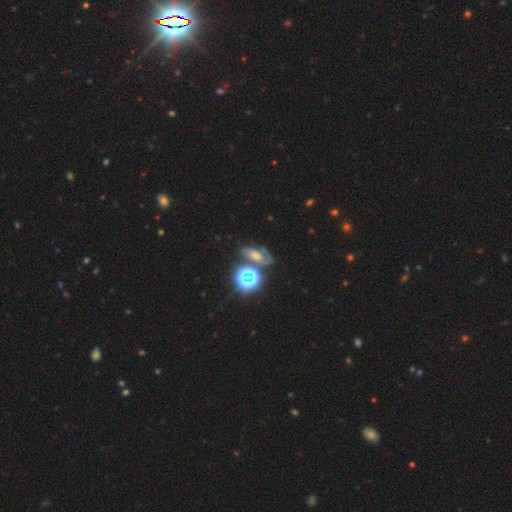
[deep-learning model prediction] smooth-or-featured: star or artifact: 42% | featured or disk: 34% | smooth: 24%